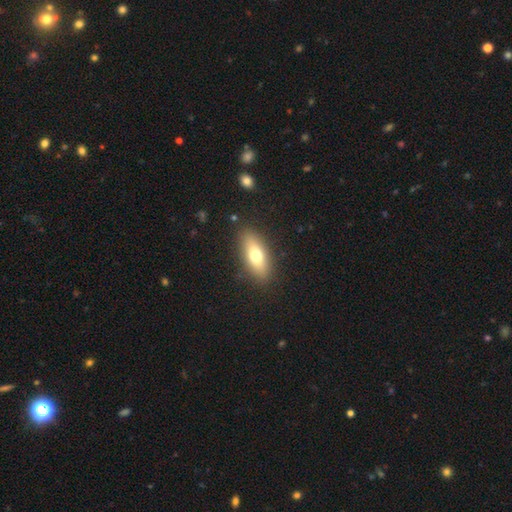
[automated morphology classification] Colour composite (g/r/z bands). It shows a smooth galaxy with no disk features (71%) that is in between round and cigar-shaped (75%). Merging: none (87%).